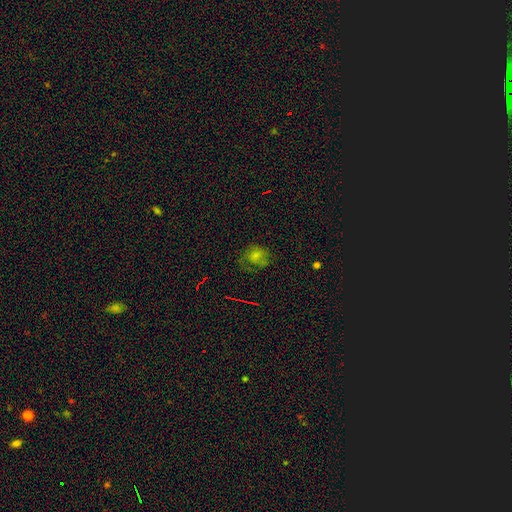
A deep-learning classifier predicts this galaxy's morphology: A smooth galaxy with no disk features (39%).

Vote fractions:
- Smooth or featured? smooth: 39% / featured or disk: 31% / star or artifact: 30%
- Merging? none: 61% / minor disturbance: 20% / major disturbance: 17% / merger: 2%